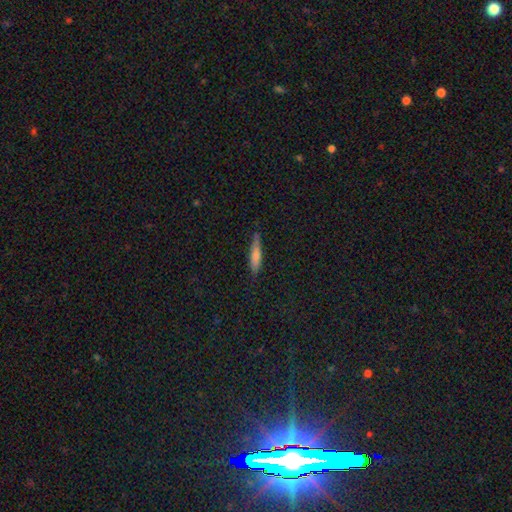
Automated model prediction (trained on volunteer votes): Morphology: type=smooth (71%); roundness=cigar-shaped (85%); merging=none (77%).